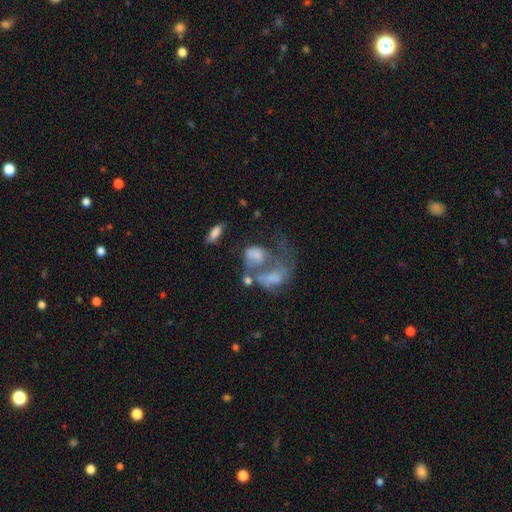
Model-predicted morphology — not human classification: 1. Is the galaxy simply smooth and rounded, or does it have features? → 53% featured or disk, 31% smooth, 16% star or artifact.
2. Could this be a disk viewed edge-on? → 96% no, 4% yes.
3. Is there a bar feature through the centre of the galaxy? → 81% no, 14% weak, 4% strong.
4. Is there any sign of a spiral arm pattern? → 64% no, 36% yes.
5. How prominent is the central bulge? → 41% none, 24% moderate, 24% small, 8% large, 3% dominant.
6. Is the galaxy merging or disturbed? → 46% merger, 29% major disturbance, 17% none, 9% minor disturbance.